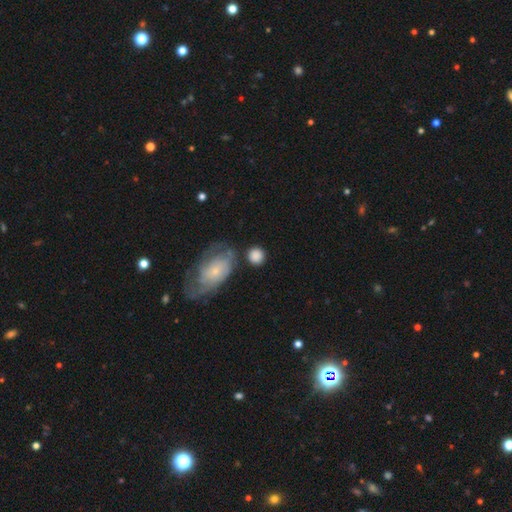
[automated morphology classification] This is clearly a smooth galaxy (81%). How rounded: clearly round (84%). Merging: likely none (69%).